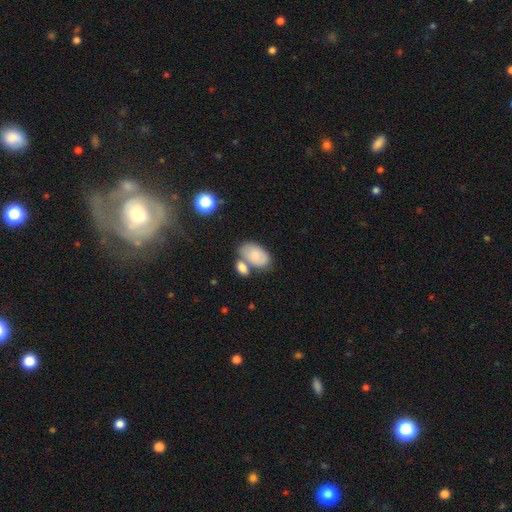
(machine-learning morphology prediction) Smooth or featured? smooth (75%)
How rounded? in between (92%)
Merging? none (44%)